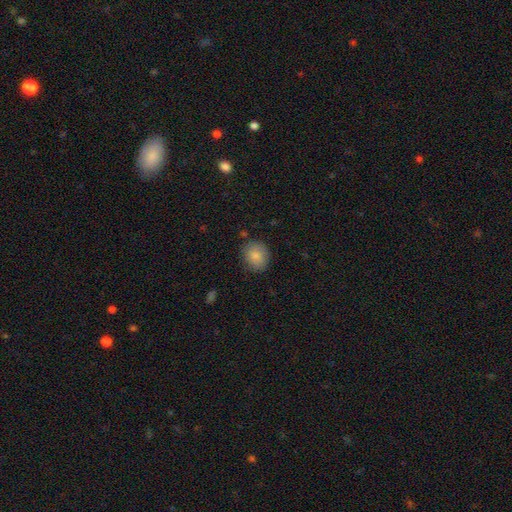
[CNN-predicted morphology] Smooth or featured: smooth — 85% (star or artifact — 8%)
How rounded: round — 66% (in between — 33%)
Merging: none — 82% (minor disturbance — 13%)